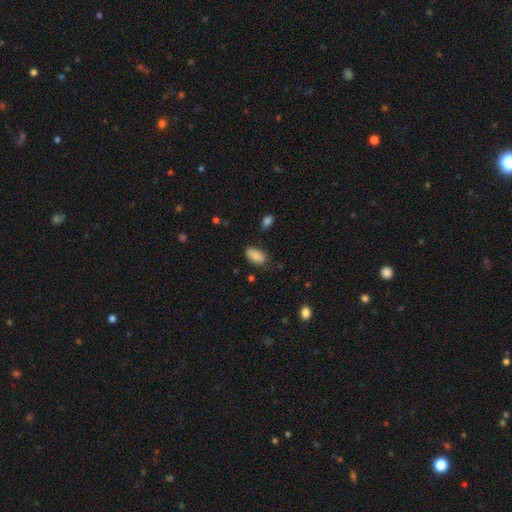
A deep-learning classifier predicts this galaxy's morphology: This appears to be a smooth galaxy with no disk features (87%) that is in between round and cigar-shaped (93%). Merging: none (75%).